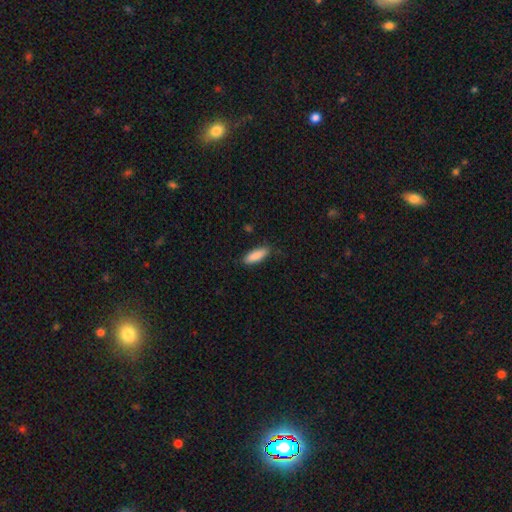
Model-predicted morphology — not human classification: Smooth or featured? Predicted: smooth (p=0.88). How rounded? Predicted: in between (p=0.59). Merging? Predicted: none (p=0.81).